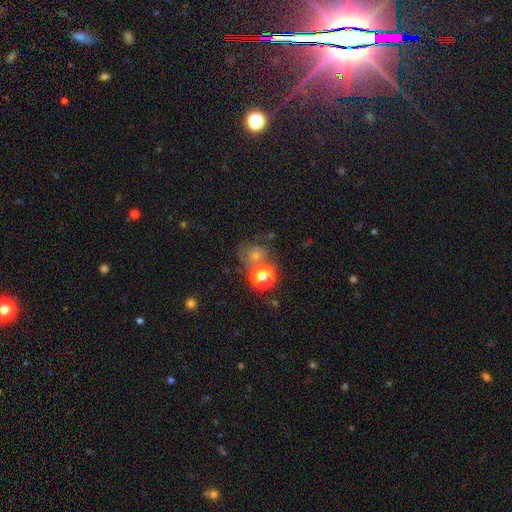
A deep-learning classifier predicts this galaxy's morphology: This appears to be a star or artifact, not a galaxy (48%).